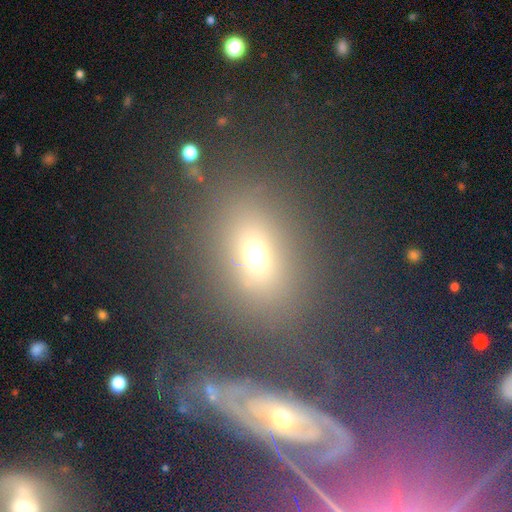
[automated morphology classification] Overall: smooth (59%; star or artifact 22%). How rounded: in between (56%; round 40%). Merging: none (73%).